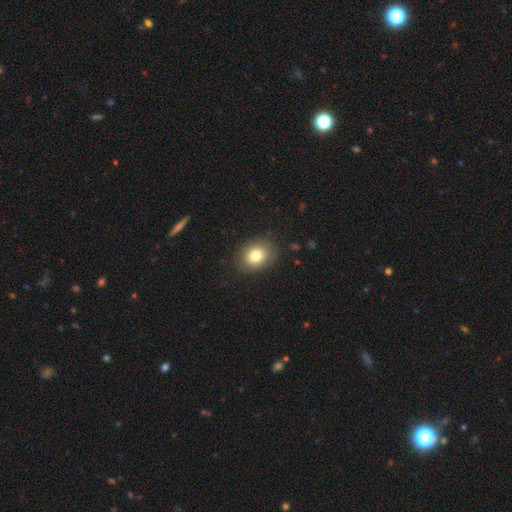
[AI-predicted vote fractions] Morphology: type=smooth (79%); roundness=round (51%); merging=none (84%).